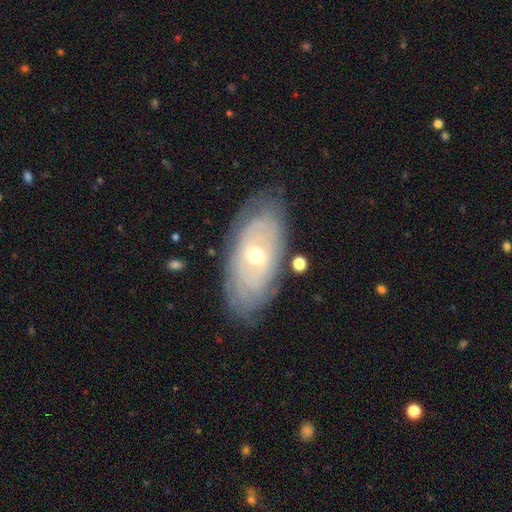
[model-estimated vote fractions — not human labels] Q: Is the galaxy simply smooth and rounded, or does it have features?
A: featured or disk — 73%.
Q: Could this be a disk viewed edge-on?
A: no — 89%.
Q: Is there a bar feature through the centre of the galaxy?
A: no — 72%.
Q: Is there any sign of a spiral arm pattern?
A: yes — 73%.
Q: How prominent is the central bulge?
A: moderate — 57%.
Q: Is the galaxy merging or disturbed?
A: none — 79%.